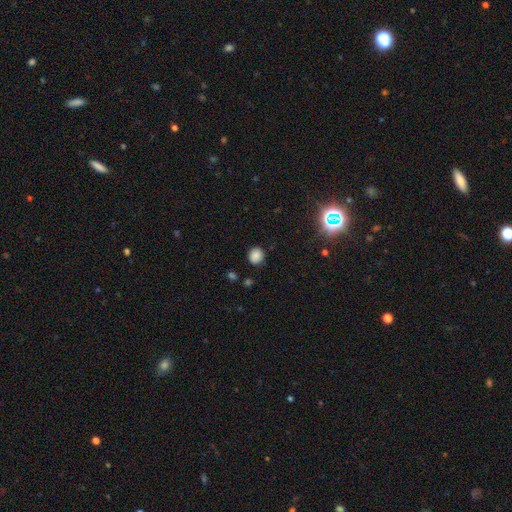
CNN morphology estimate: A smooth galaxy with no disk features (84%) that is round (81%). Merging: none (87%).